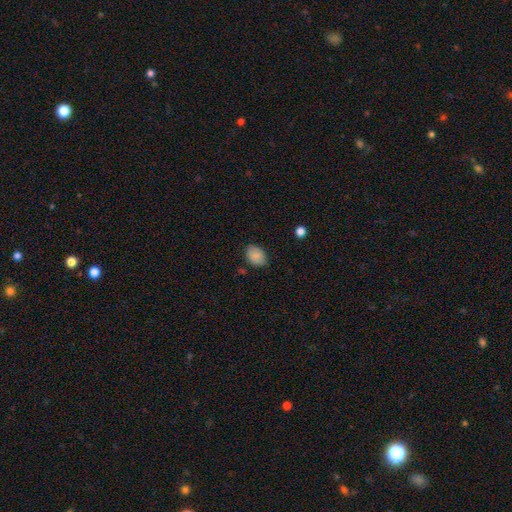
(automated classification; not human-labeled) Smooth or featured? Predicted: smooth (p=0.88). How rounded? Predicted: in between (p=0.77). Merging? Predicted: none (p=0.81).